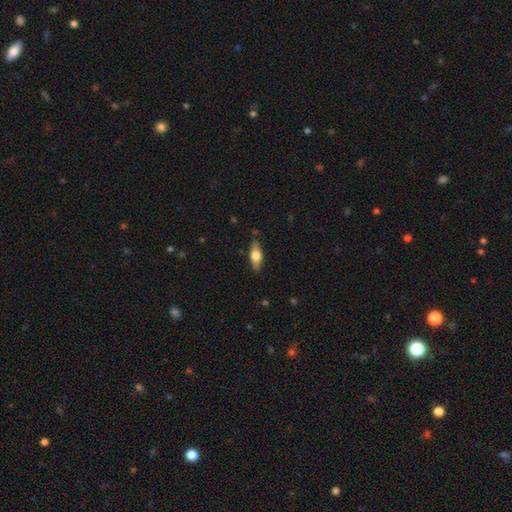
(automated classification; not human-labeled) Overall: smooth (50%; featured or disk 44%). Merging: none (85%).